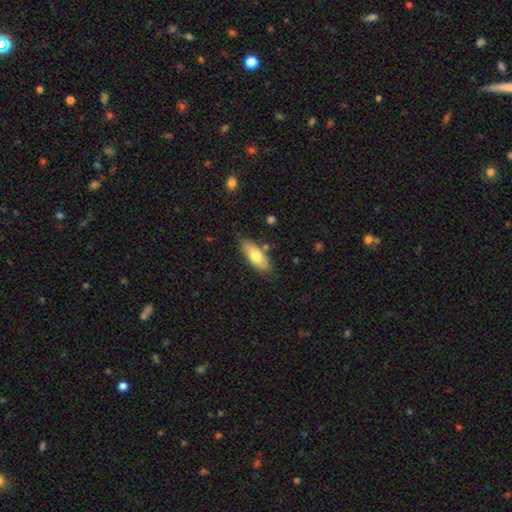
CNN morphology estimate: smooth-or-featured: smooth: 74% | featured or disk: 20% | star or artifact: 6%
  how-rounded: in between: 75% | cigar-shaped: 23% | round: 2%
  merging: none: 81% | minor disturbance: 13% | merger: 4% | major disturbance: 3%